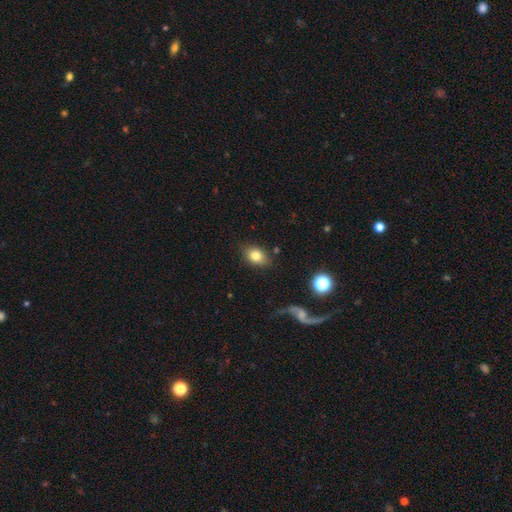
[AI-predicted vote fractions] Smooth or featured? Predicted: smooth (p=0.80). How rounded? Predicted: in between (p=0.75). Merging? Predicted: none (p=0.81).